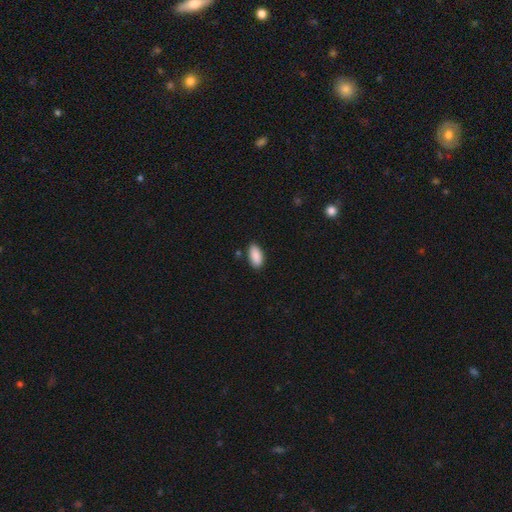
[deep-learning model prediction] Smooth or featured: smooth — 90% (star or artifact — 7%)
How rounded: in between — 92% (cigar-shaped — 5%)
Merging: none — 85% (minor disturbance — 11%)